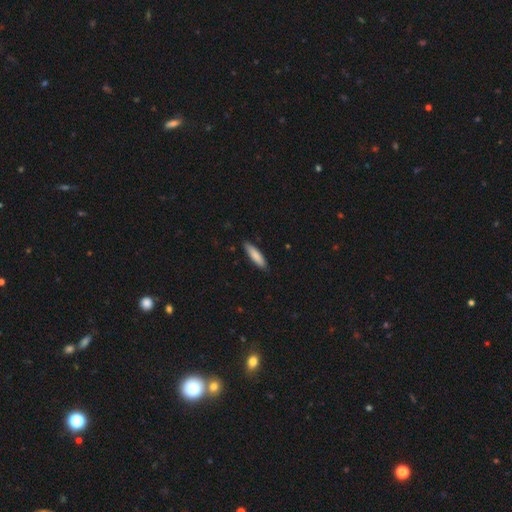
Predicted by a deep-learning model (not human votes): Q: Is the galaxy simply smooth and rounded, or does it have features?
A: smooth — 83%.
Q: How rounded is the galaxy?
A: cigar-shaped — 73%.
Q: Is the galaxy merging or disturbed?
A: none — 86%.